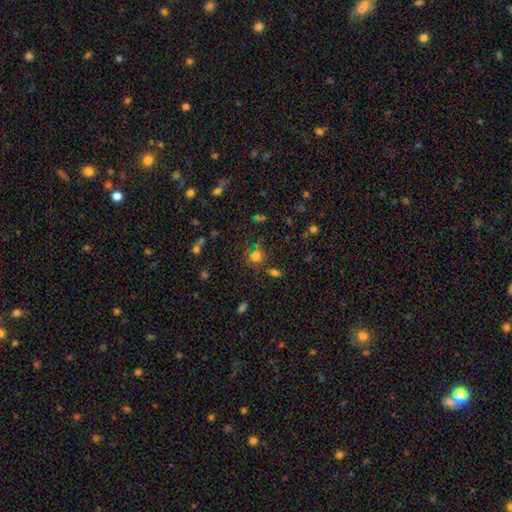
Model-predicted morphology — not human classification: Smooth or featured? Predicted: smooth (p=0.73). How rounded? Predicted: round (p=0.86). Merging? Predicted: none (p=0.72).